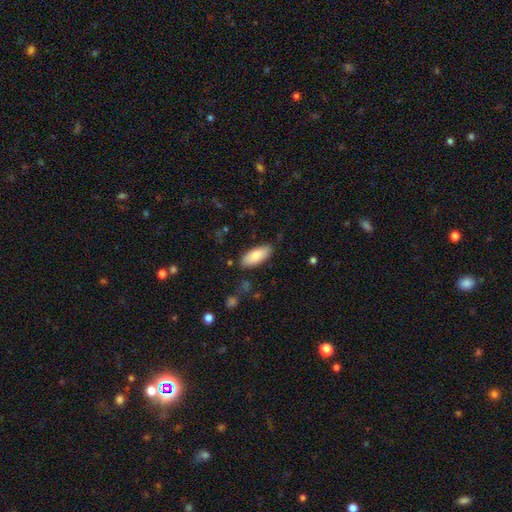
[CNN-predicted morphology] Overall: smooth (84%). How rounded: in between (84%). Merging: none (84%).